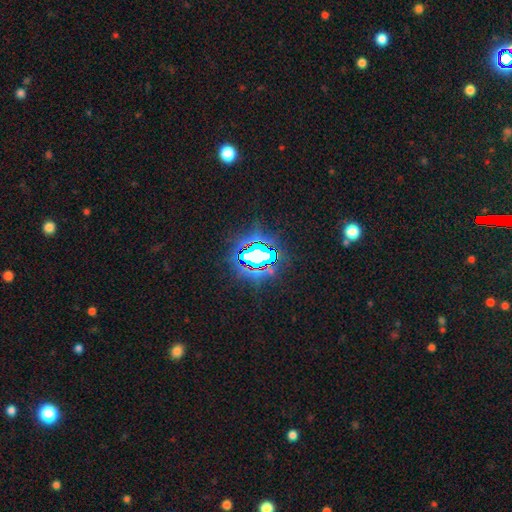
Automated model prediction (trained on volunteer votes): The model was most divided on "smooth or featured": star or artifact: 73%, smooth: 16%, featured or disk: 11%.